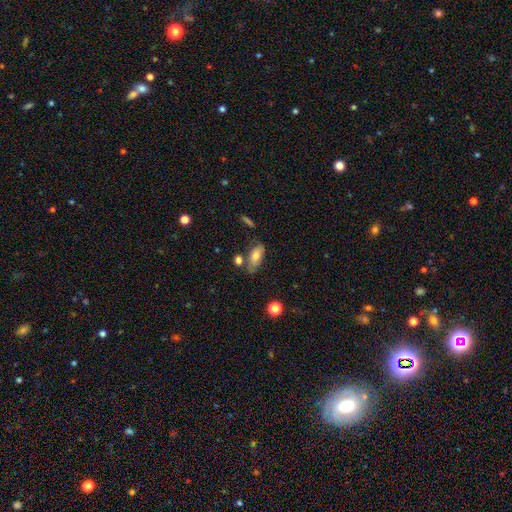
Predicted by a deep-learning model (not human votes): This is likely a smooth galaxy (68%). How rounded: clearly in between (86%). Merging: likely none (61%).